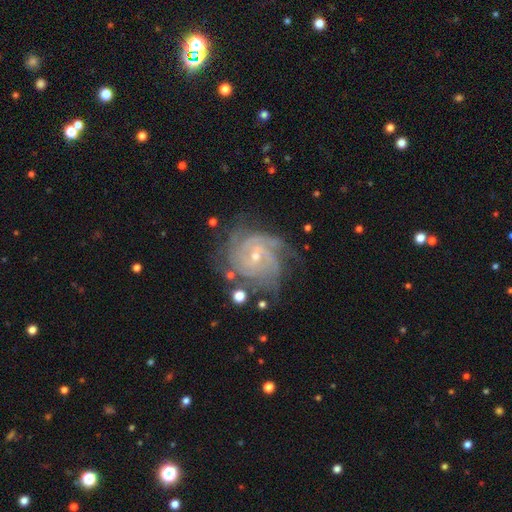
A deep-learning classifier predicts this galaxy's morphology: Q: Smooth or featured?
A: featured or disk (89%); runner-up: star or artifact (6%)
Q: Edge-on disk?
A: no (98%); runner-up: yes (2%)
Q: Bar?
A: no (54%); runner-up: weak (37%)
Q: Spiral arms?
A: yes (98%); runner-up: no (2%)
Q: Spiral winding?
A: tight (75%); runner-up: medium (22%)
Q: Spiral arm count?
A: 4 (27%); runner-up: 3 (24%)
Q: Bulge size?
A: small (68%); runner-up: moderate (29%)
Q: Merging?
A: none (68%); runner-up: minor disturbance (20%)